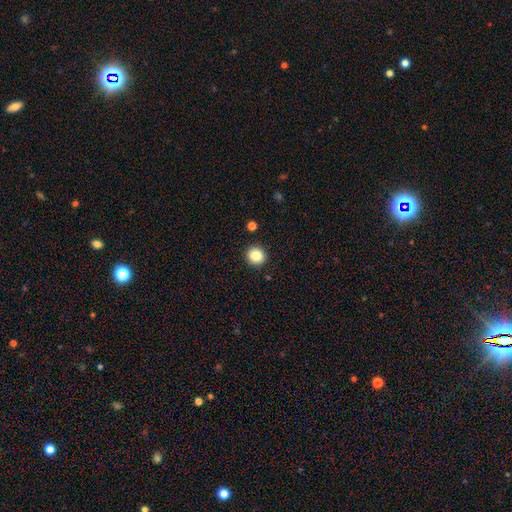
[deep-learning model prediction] Smooth or featured? Predicted: smooth (p=0.84). How rounded? Predicted: round (p=0.92). Merging? Predicted: none (p=0.92).